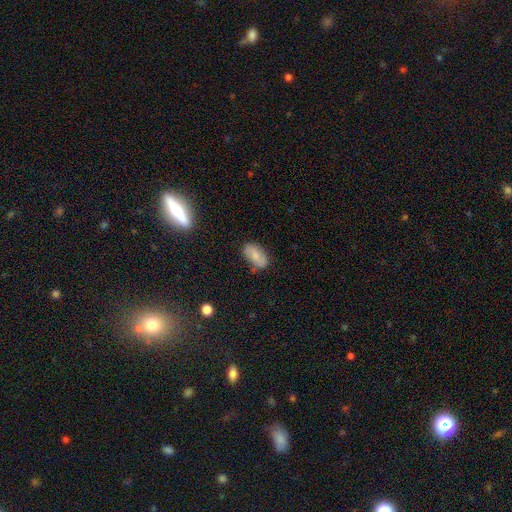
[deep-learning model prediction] Smooth or featured? Predicted: smooth (p=0.72). How rounded? Predicted: in between (p=0.92). Merging? Predicted: none (p=0.74).